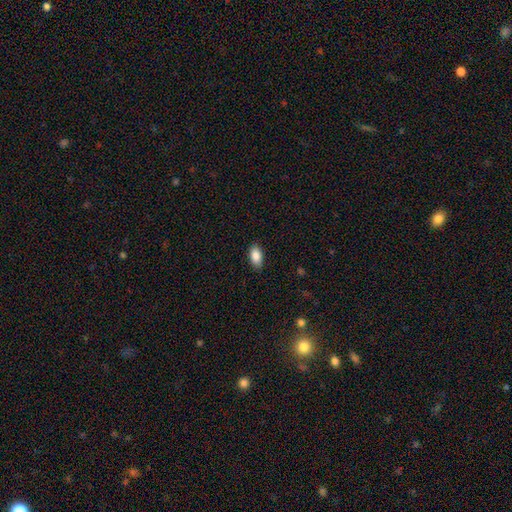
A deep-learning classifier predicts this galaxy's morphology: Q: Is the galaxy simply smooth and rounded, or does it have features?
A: smooth — 88%.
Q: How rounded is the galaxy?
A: in between — 92%.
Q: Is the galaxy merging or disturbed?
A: none — 87%.